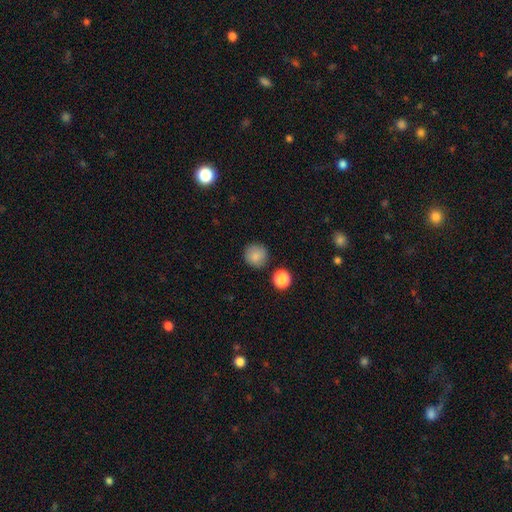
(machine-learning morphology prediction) This is clearly a smooth galaxy (85%). How rounded: clearly round (93%). Merging: clearly none (86%).